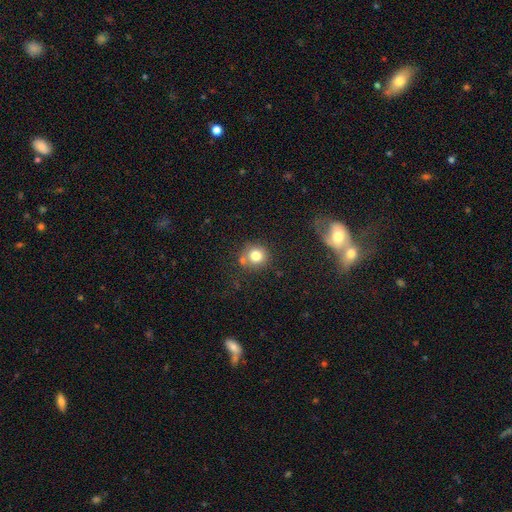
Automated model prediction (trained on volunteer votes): Smooth or featured? Predicted: smooth (p=0.78). How rounded? Predicted: round (p=0.90). Merging? Predicted: none (p=0.71).